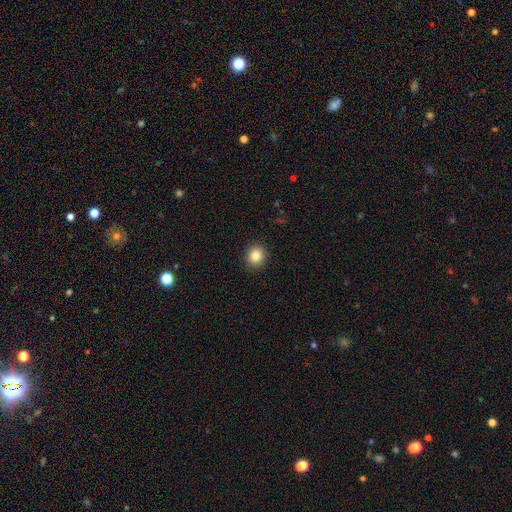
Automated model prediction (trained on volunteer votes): Smooth or featured?
  - smooth: 83% *
  - star or artifact: 11%
  - featured or disk: 6%
How rounded?
  - round: 86% *
  - in between: 13%
  - cigar-shaped: 1%
Merging?
  - none: 91% *
  - minor disturbance: 6%
  - major disturbance: 2%
  - merger: 1%